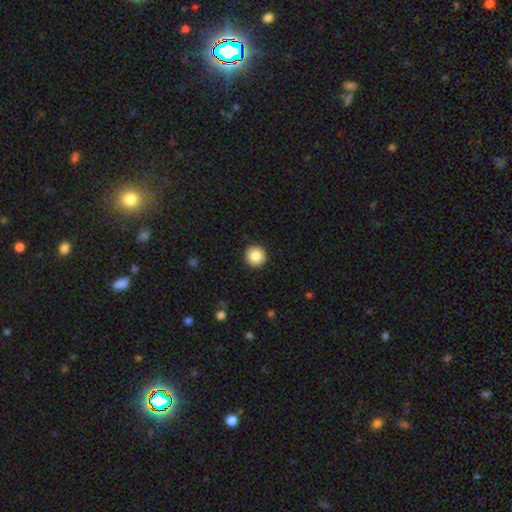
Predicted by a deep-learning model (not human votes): smooth_or_featured: smooth (p=0.86) [alt: star or artifact p=0.08]
how_rounded: round (p=0.96) [alt: in between p=0.03]
merging: none (p=0.92) [alt: minor disturbance p=0.05]